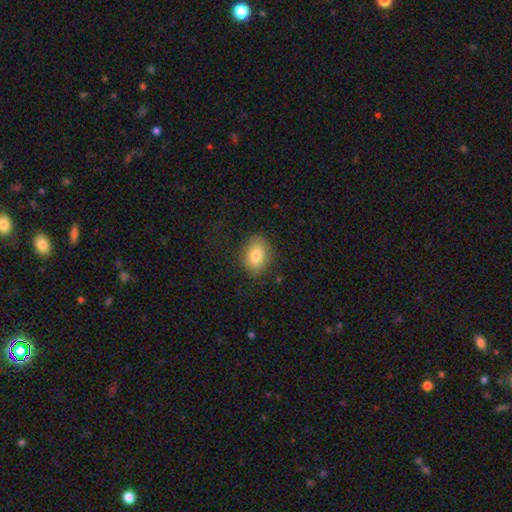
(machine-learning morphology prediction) smooth-or-featured: smooth: 80% | featured or disk: 12% | star or artifact: 8%
  how-rounded: in between: 73% | round: 25% | cigar-shaped: 1%
  merging: none: 81% | minor disturbance: 14% | major disturbance: 4% | merger: 1%